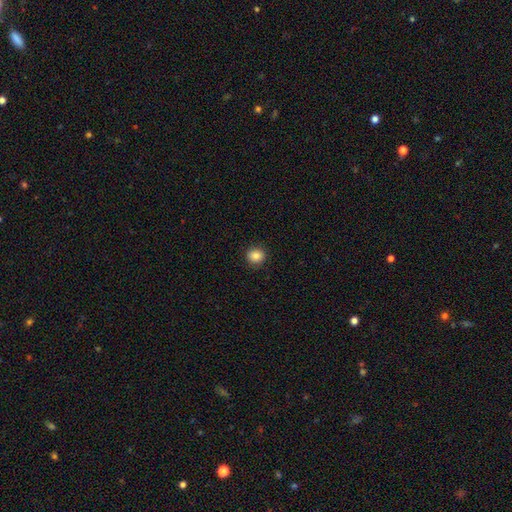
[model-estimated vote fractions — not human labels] Smooth or featured? smooth (84%)
How rounded? round (86%)
Merging? none (89%)